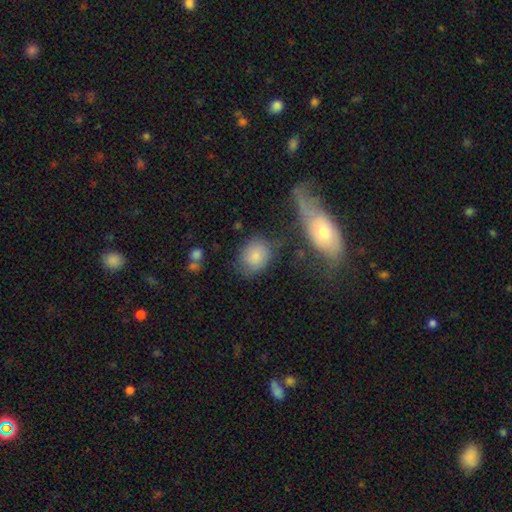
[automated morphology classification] This is likely a smooth galaxy (73%). How rounded: possibly round (58%). Merging: likely none (62%).